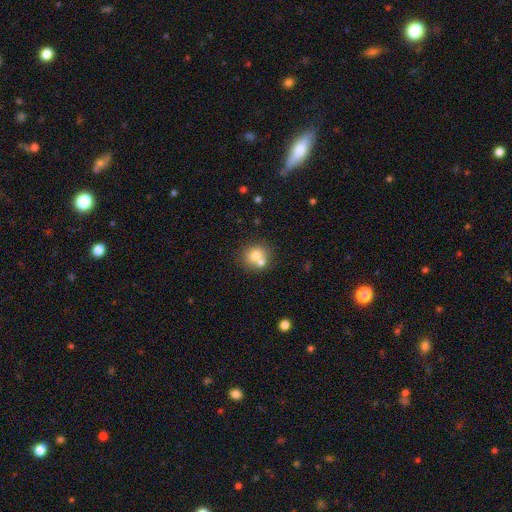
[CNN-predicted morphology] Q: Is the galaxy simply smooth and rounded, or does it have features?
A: smooth — 71%.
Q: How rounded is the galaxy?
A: round — 83%.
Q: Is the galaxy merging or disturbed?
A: none — 50%.